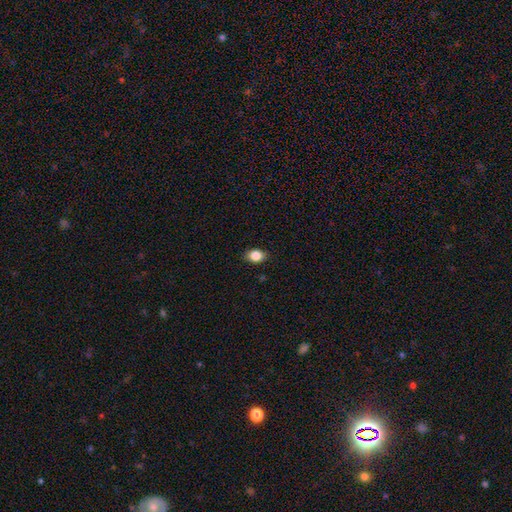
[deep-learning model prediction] smooth_or_featured: smooth (p=0.86) [alt: star or artifact p=0.09]
how_rounded: in between (p=0.71) [alt: round p=0.27]
merging: none (p=0.87) [alt: minor disturbance p=0.10]